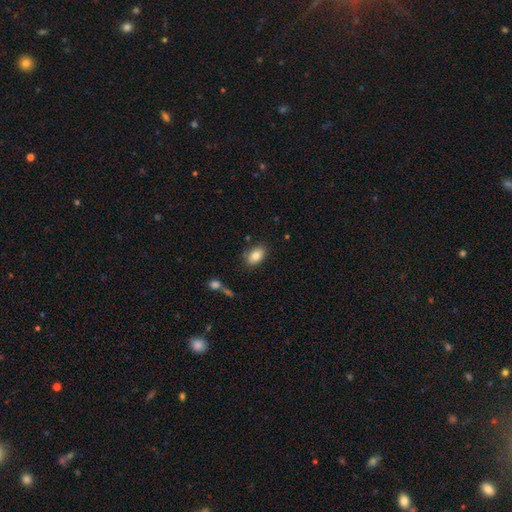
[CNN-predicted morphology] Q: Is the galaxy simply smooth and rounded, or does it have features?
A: smooth — 81%.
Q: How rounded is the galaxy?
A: in between — 89%.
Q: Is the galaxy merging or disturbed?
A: none — 81%.